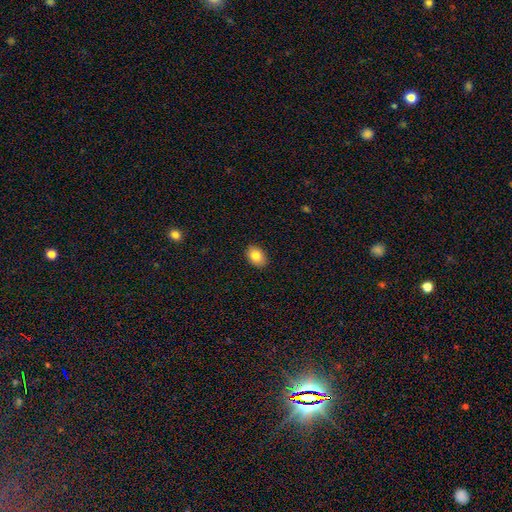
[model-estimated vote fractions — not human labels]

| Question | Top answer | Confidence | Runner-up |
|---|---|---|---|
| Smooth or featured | smooth | 83% | featured or disk (9%) |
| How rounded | in between | 76% | round (23%) |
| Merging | none | 90% | minor disturbance (8%) |